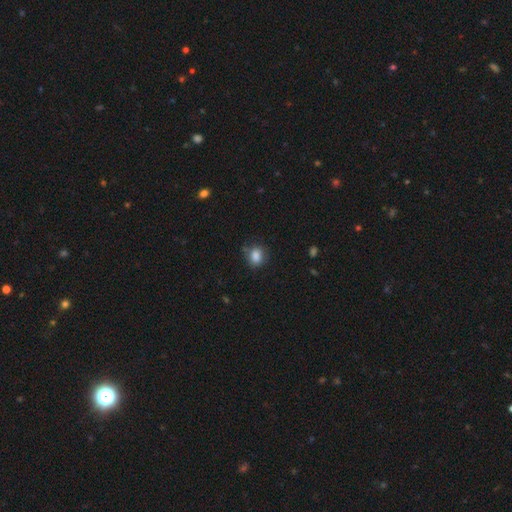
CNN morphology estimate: The model was most divided on "how rounded": round: 51%, in between: 48%, cigar-shaped: 1%. More confident: smooth or featured — smooth (85%); merging — none (72%).